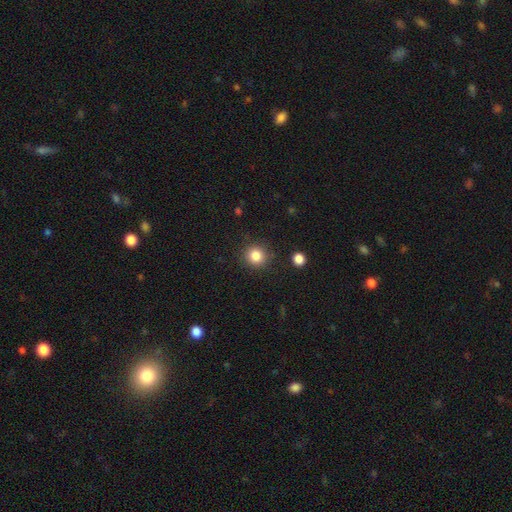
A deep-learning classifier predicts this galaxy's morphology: smooth-or-featured: smooth: 84% | star or artifact: 11% | featured or disk: 5%
  how-rounded: round: 90% | in between: 9% | cigar-shaped: 1%
  merging: none: 87% | minor disturbance: 8% | major disturbance: 3% | merger: 2%